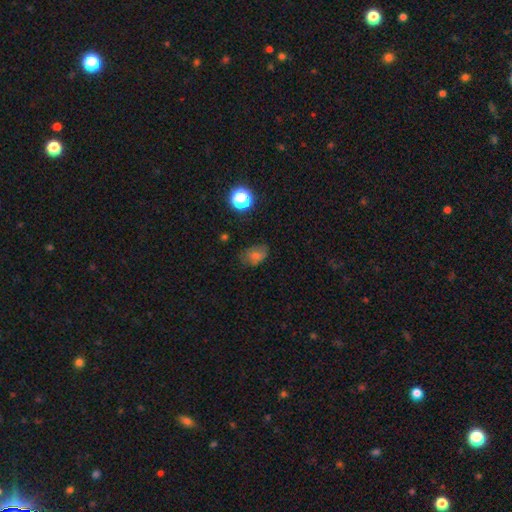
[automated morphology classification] smooth 67%, star or artifact 17%, featured or disk 16%. Down the decision tree: how rounded — in between (70%); merging — none (63%).